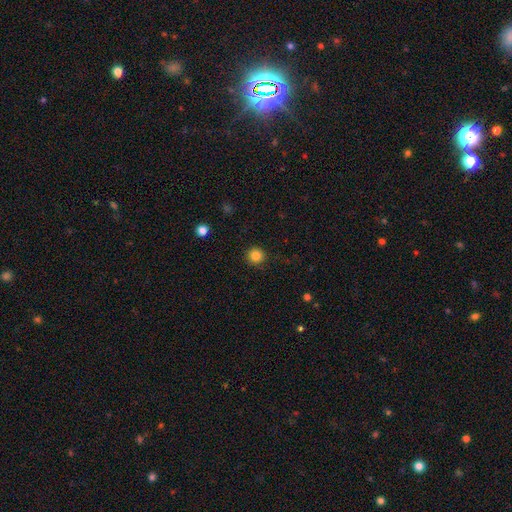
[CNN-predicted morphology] Smooth or featured? Predicted: smooth (p=0.84). How rounded? Predicted: round (p=0.94). Merging? Predicted: none (p=0.91).